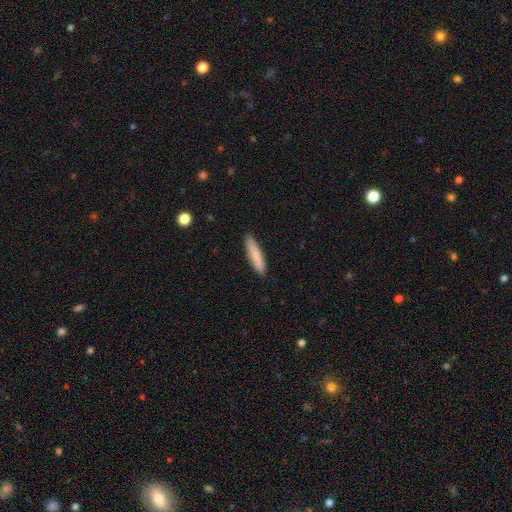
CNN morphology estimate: This is clearly a smooth galaxy (84%). How rounded: clearly cigar-shaped (85%). Merging: clearly none (90%).